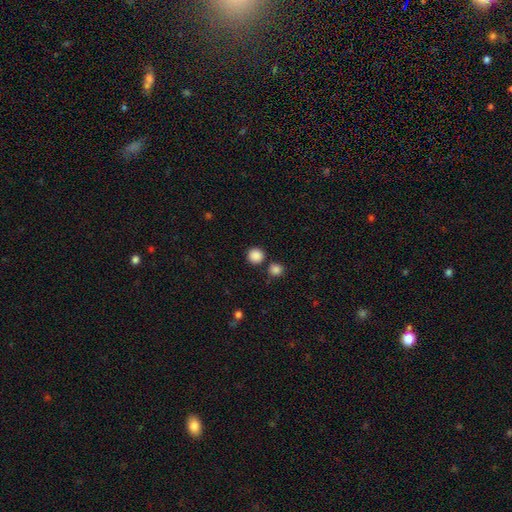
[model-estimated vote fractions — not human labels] Smooth or featured?
  - smooth: 87% *
  - star or artifact: 10%
  - featured or disk: 3%
How rounded?
  - round: 93% *
  - in between: 6%
  - cigar-shaped: 1%
Merging?
  - none: 80% *
  - merger: 10%
  - minor disturbance: 7%
  - major disturbance: 3%